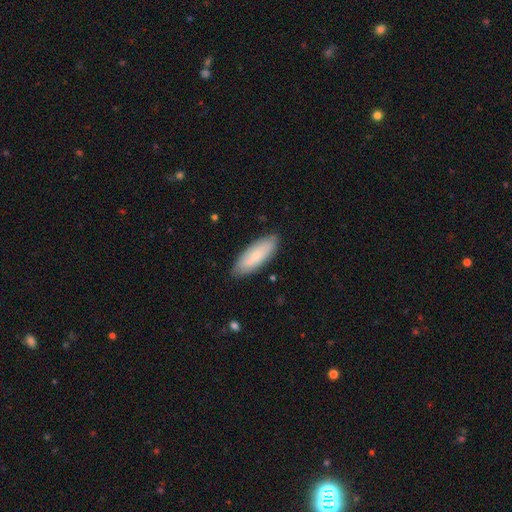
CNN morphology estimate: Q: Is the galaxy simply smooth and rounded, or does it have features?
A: smooth — 76%.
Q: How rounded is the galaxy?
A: in between — 67%.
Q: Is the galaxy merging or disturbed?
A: none — 85%.